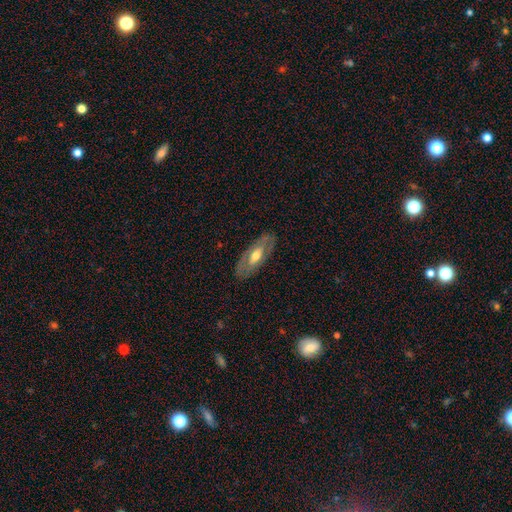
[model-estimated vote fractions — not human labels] A featured or disk galaxy (56%).

Vote fractions:
- Smooth or featured? featured or disk: 56% / smooth: 38% / star or artifact: 5%
- Edge-on disk? no: 78% / yes: 22%
- Merging? none: 83% / minor disturbance: 12% / major disturbance: 4% / merger: 1%